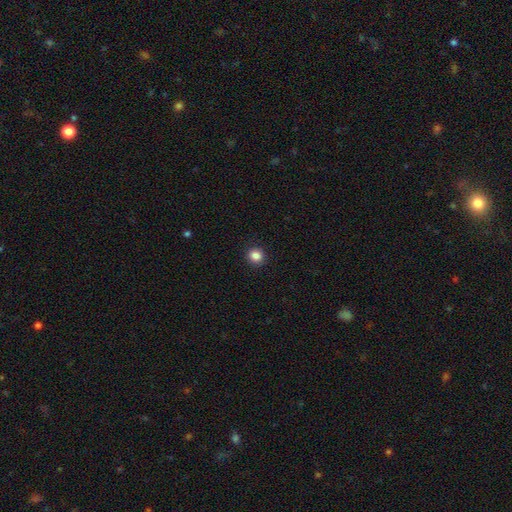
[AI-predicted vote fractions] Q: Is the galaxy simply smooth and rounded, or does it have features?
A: smooth — 85%.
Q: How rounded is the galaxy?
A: round — 88%.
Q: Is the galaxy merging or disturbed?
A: none — 92%.